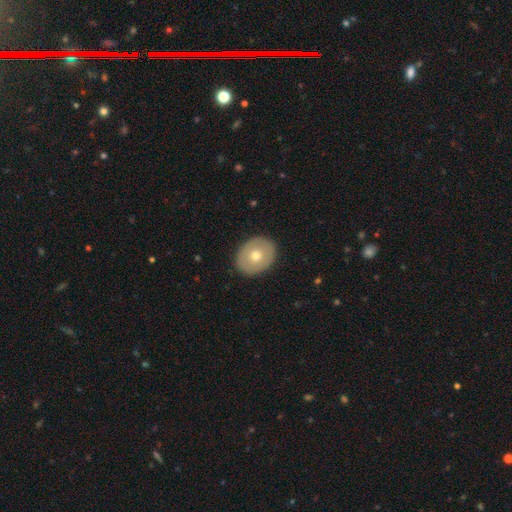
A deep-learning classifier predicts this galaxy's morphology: A smooth galaxy with no disk features (60%) that is in between round and cigar-shaped (52%). Merging: none (90%).